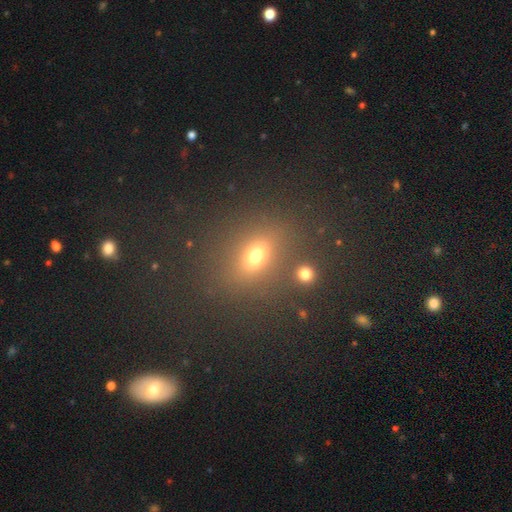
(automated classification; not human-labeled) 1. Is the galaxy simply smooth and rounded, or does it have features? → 67% smooth, 22% star or artifact, 12% featured or disk.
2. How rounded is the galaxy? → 61% in between, 32% round, 6% cigar-shaped.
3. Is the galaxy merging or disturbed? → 77% none, 11% minor disturbance, 7% merger, 6% major disturbance.